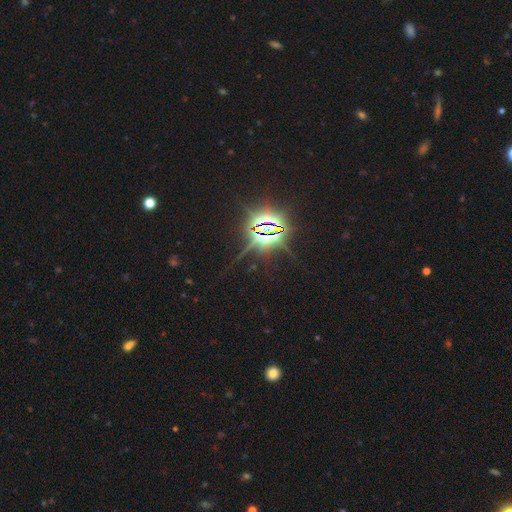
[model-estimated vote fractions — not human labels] Smooth or featured: star or artifact — 86% (smooth — 8%)